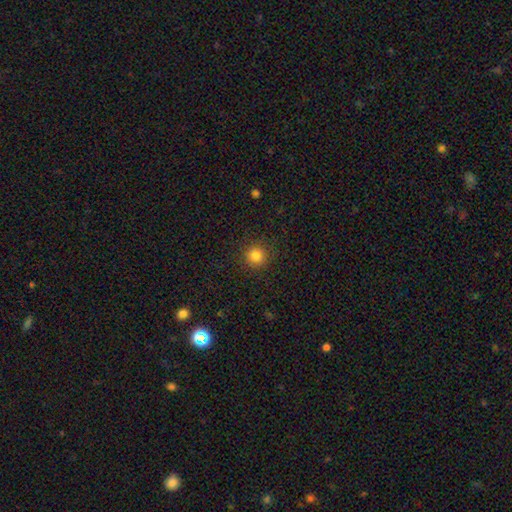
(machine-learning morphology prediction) The model was most divided on "smooth or featured": smooth: 84%, star or artifact: 12%, featured or disk: 4%. More confident: how rounded — round (94%); merging — none (90%).